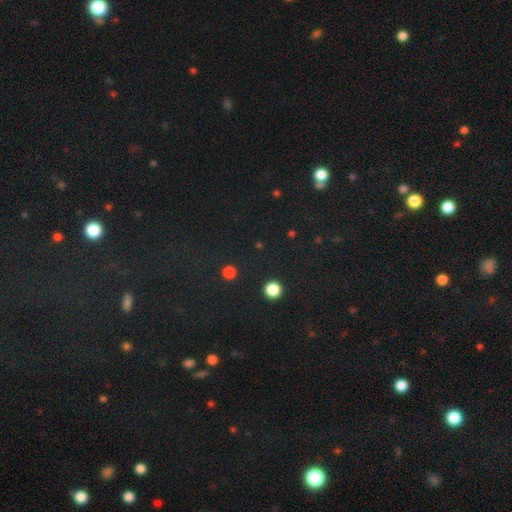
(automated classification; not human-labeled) This is likely a star or artifact rather than a galaxy (70%).